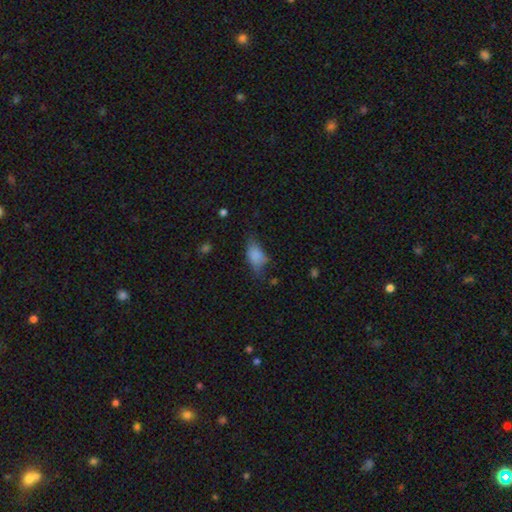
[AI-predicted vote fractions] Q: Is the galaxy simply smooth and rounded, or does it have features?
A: smooth — 76%.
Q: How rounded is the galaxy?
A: in between — 87%.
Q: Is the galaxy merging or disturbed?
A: none — 42%.